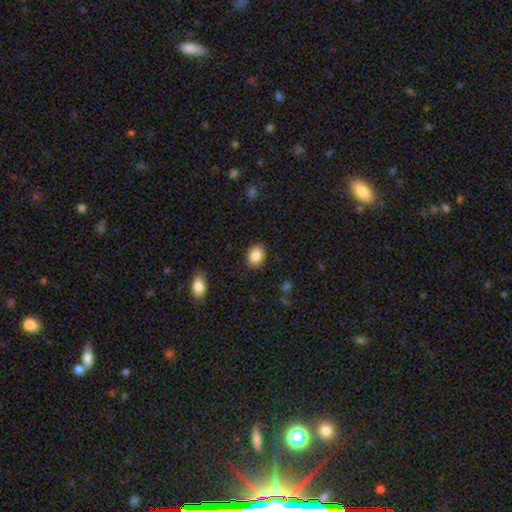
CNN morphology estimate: The model was most divided on "how rounded": in between: 64%, round: 35%, cigar-shaped: 1%. More confident: merging — none (88%); smooth or featured — smooth (87%).